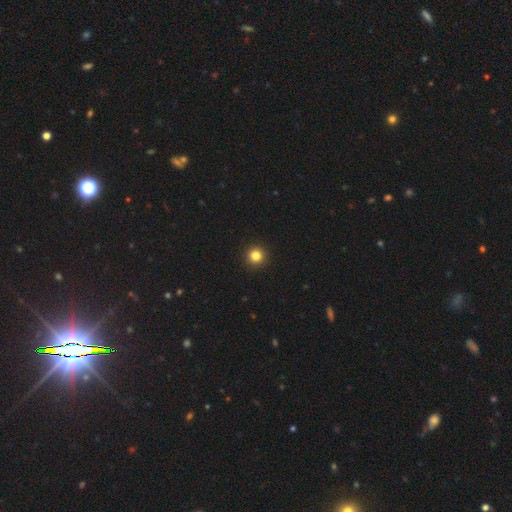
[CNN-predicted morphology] Smooth or featured: smooth — 83% (star or artifact — 12%)
How rounded: round — 96% (in between — 3%)
Merging: none — 94% (minor disturbance — 3%)